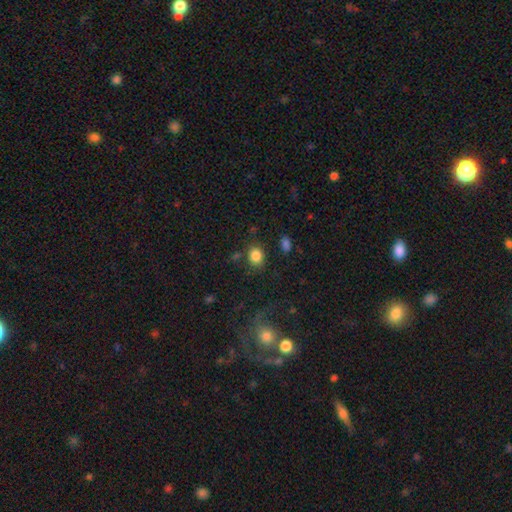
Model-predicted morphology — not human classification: Smooth or featured? Predicted: smooth (p=0.84). How rounded? Predicted: round (p=0.56). Merging? Predicted: none (p=0.80).